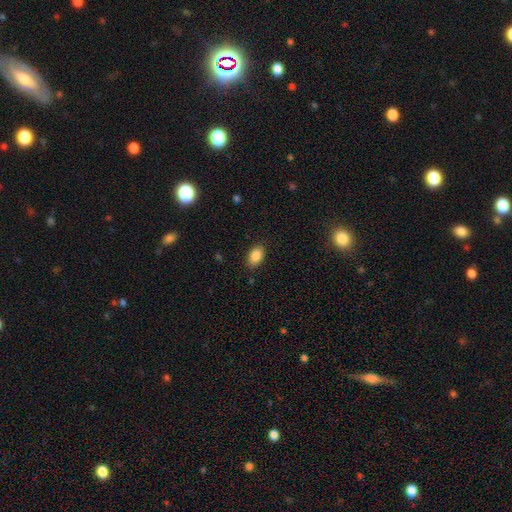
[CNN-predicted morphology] Smooth or featured? smooth (86%)
How rounded? in between (86%)
Merging? none (86%)